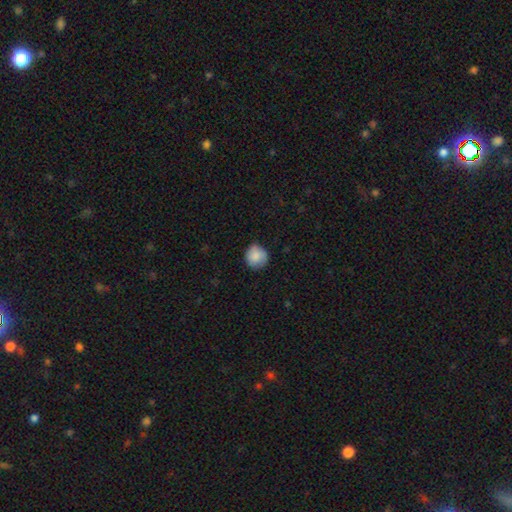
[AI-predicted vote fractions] This appears to be a smooth galaxy with no disk features (86%) that is round (89%). Merging: none (78%).